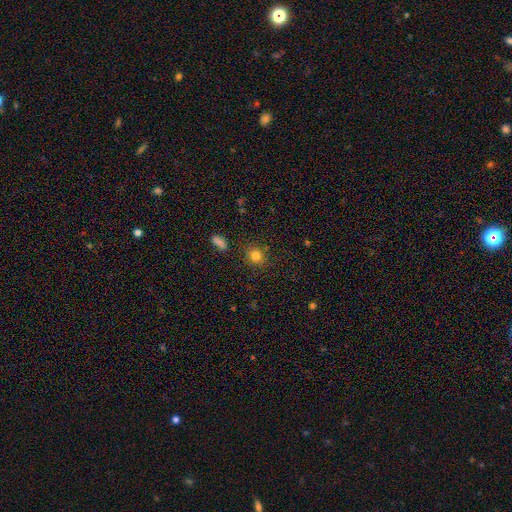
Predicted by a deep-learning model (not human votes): A smooth galaxy with no disk features (80%) that is round (80%).

Vote fractions:
- Smooth or featured? smooth: 80% / star or artifact: 13% / featured or disk: 7%
- How rounded? round: 80% / in between: 19% / cigar-shaped: 1%
- Merging? none: 84% / minor disturbance: 10% / major disturbance: 3% / merger: 2%